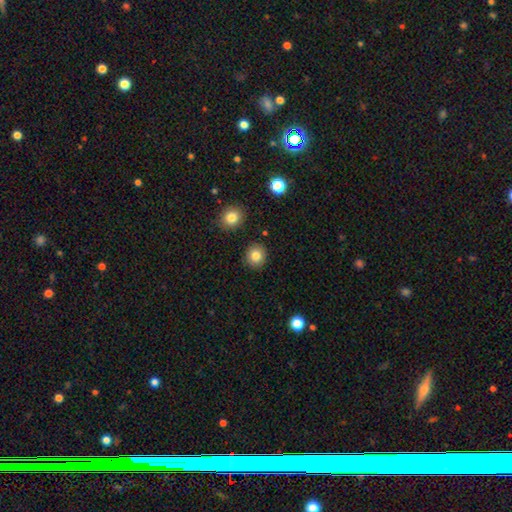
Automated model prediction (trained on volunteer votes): The model was most divided on "smooth or featured": smooth: 83%, star or artifact: 10%, featured or disk: 7%. More confident: merging — none (90%); how rounded — round (88%).